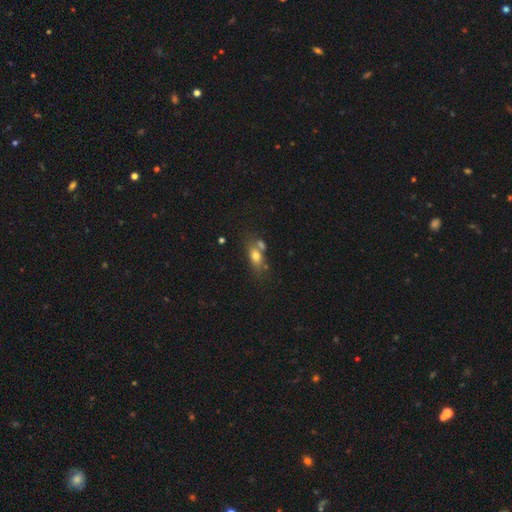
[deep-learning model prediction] A smooth galaxy with no disk features (71%) that is in between round and cigar-shaped (75%). Merging: none (45%).